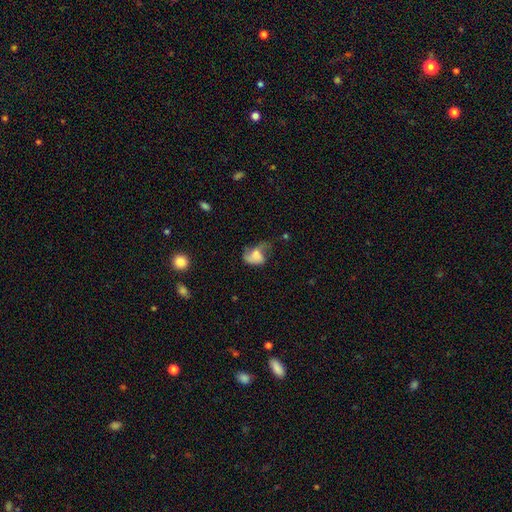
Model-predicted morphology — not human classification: smooth-or-featured: smooth: 53% | featured or disk: 37% | star or artifact: 10%
  how-rounded: in between: 79% | round: 19% | cigar-shaped: 2%
  merging: major disturbance: 42% | minor disturbance: 27% | none: 26% | merger: 5%